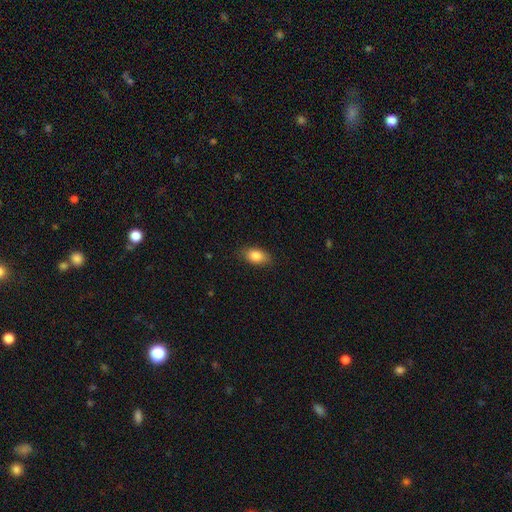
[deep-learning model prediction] Smooth or featured? smooth (85%)
How rounded? in between (89%)
Merging? none (83%)